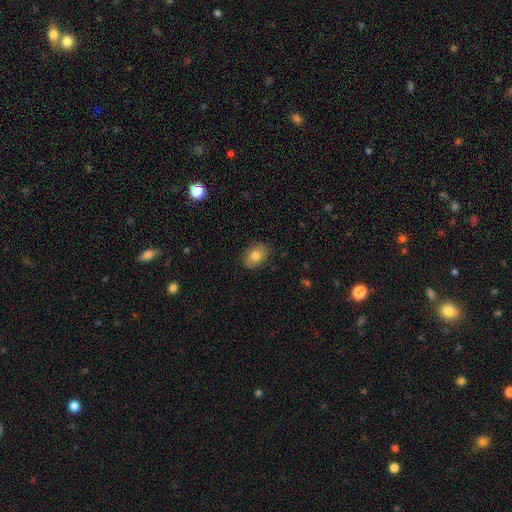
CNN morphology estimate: This is likely a smooth galaxy (78%). How rounded: likely in between (66%). Merging: clearly none (86%).